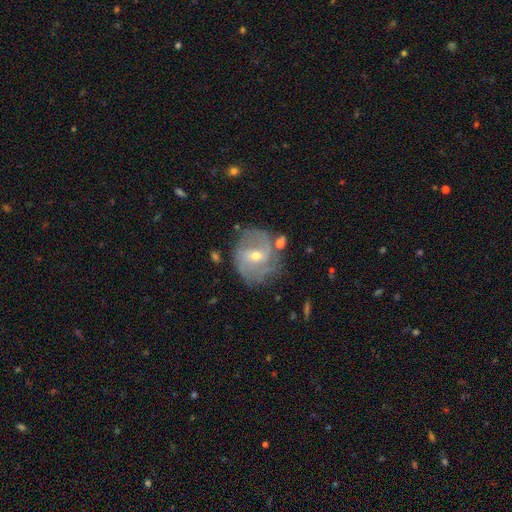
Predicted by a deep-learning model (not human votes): This is likely a featured or disk galaxy (78%). It is clearly not viewed edge-on (97%). Bar: possibly weak (50%). Spiral arm pattern: clearly yes (89%). Spiral arm count: marginally 2 (43%). Spiral winding: marginally medium (41%). Central bulge: possibly small (57%). Merging: likely none (69%).